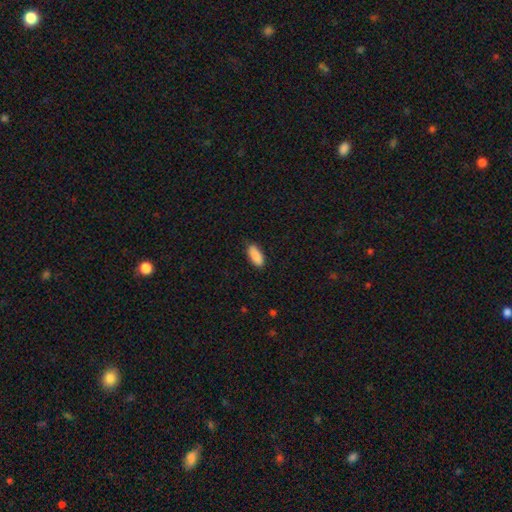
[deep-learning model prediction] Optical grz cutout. It shows a smooth galaxy with no disk features (90%) that is in between round and cigar-shaped (84%). Merging: none (84%).